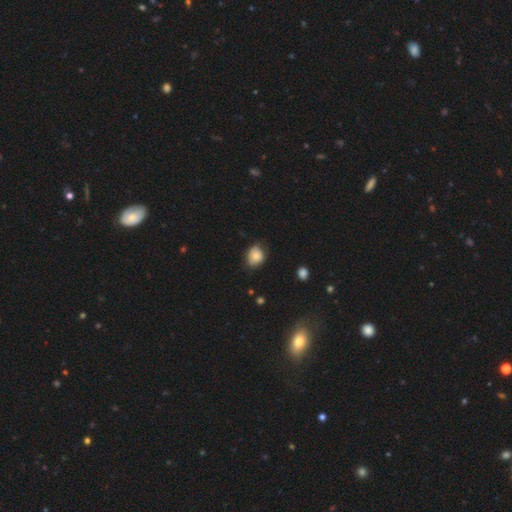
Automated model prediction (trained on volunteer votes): Smooth or featured? smooth (77%)
How rounded? round (55%)
Merging? none (70%)